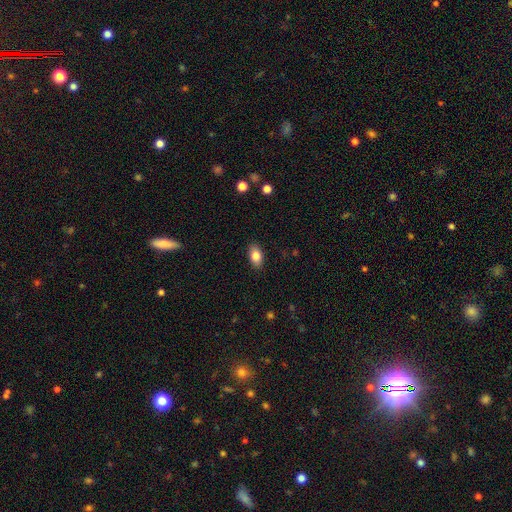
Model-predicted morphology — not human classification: A smooth galaxy with no disk features (84%) that is in between round and cigar-shaped (91%).

Vote fractions:
- Smooth or featured? smooth: 84% / featured or disk: 8% / star or artifact: 8%
- How rounded? in between: 91% / round: 6% / cigar-shaped: 3%
- Merging? none: 88% / minor disturbance: 8% / major disturbance: 2% / merger: 1%